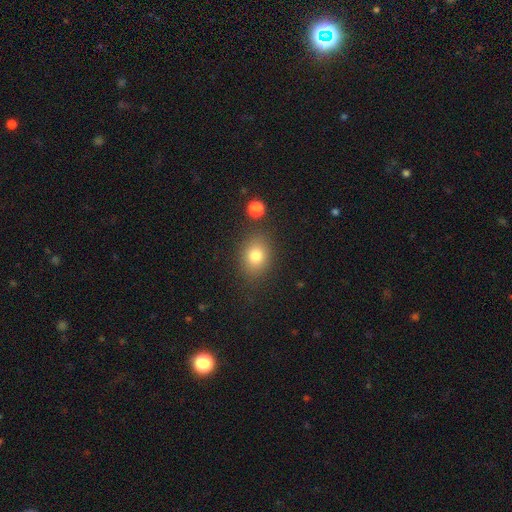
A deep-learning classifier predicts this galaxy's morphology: Smooth or featured? Predicted: smooth (p=0.79). How rounded? Predicted: in between (p=0.51). Merging? Predicted: none (p=0.79).